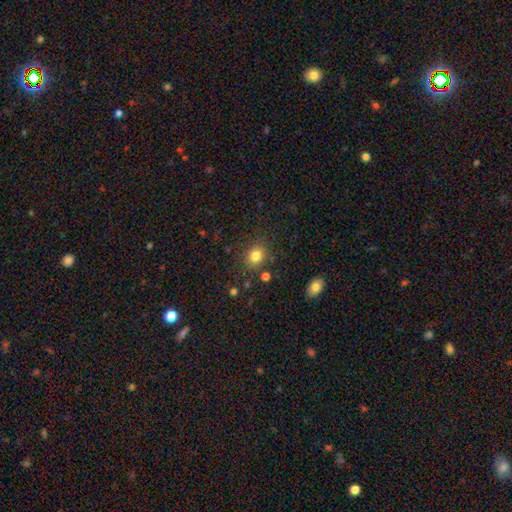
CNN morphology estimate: type=smooth (81%); roundness=round (57%); merging=none (82%).